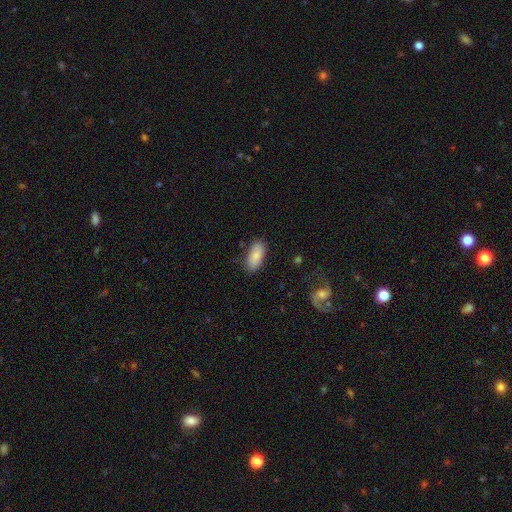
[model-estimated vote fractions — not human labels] smooth-or-featured: smooth: 85% | featured or disk: 8% | star or artifact: 7%
  how-rounded: in between: 89% | cigar-shaped: 8% | round: 2%
  merging: none: 79% | minor disturbance: 15% | major disturbance: 4% | merger: 2%